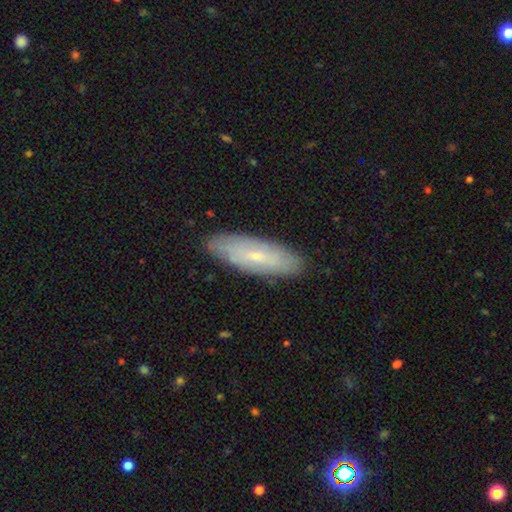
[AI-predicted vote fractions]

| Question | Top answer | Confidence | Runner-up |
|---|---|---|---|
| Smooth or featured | smooth | 48% | featured or disk (45%) |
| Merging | none | 87% | minor disturbance (10%) |